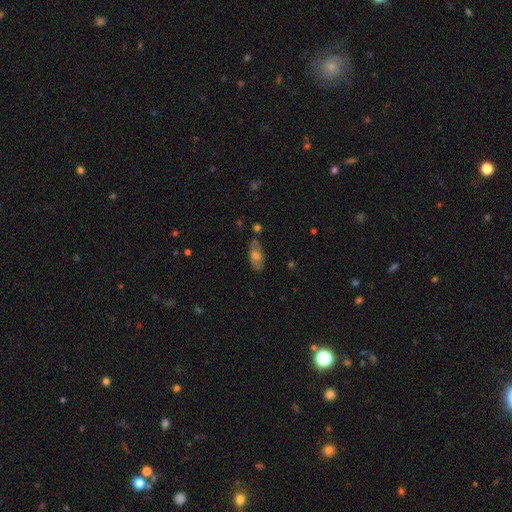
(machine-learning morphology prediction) This is possibly a smooth galaxy (54%). How rounded: clearly in between (87%). Merging: likely none (72%).